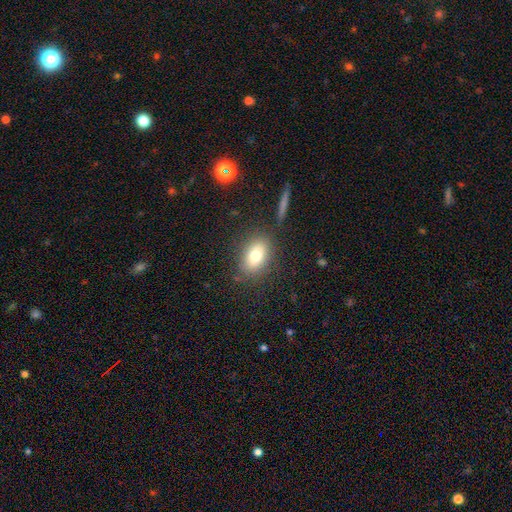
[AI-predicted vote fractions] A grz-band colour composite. It shows a smooth galaxy with no disk features (78%) that is in between round and cigar-shaped (82%). Merging: none (81%).